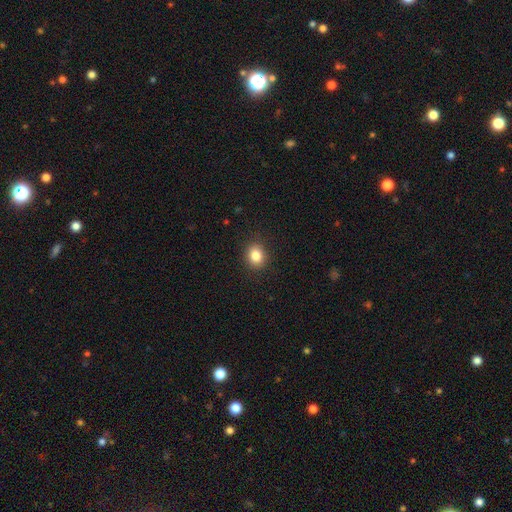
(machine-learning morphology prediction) Smooth or featured?
  - smooth: 84% *
  - star or artifact: 10%
  - featured or disk: 6%
How rounded?
  - round: 60% *
  - in between: 39%
  - cigar-shaped: 1%
Merging?
  - none: 89% *
  - minor disturbance: 8%
  - major disturbance: 2%
  - merger: 1%